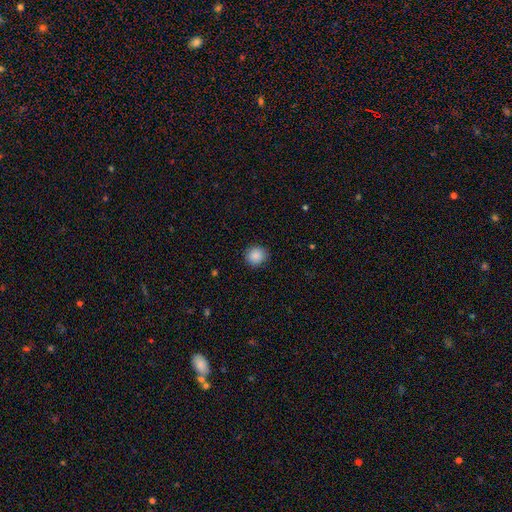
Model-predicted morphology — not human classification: Smooth or featured? Predicted: smooth (p=0.88). How rounded? Predicted: round (p=0.85). Merging? Predicted: none (p=0.90).